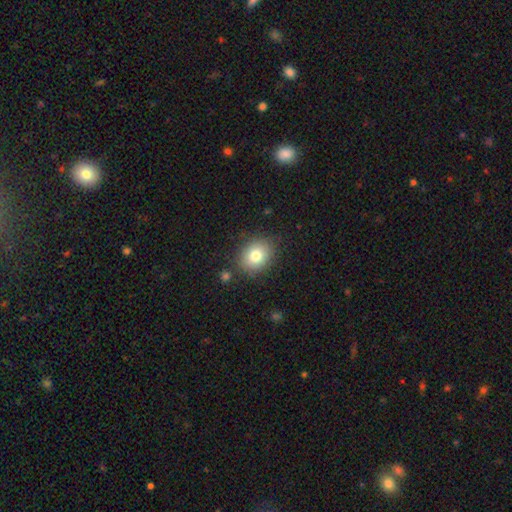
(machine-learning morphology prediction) Overall: smooth (80%). How rounded: in between (51%; round 48%). Merging: none (84%).